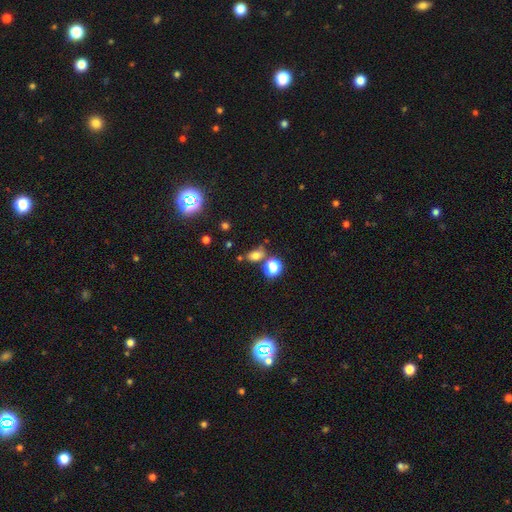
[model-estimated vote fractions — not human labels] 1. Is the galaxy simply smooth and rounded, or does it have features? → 69% smooth, 21% star or artifact, 10% featured or disk.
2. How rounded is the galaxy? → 69% in between, 29% round, 2% cigar-shaped.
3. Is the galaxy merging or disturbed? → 64% none, 17% minor disturbance, 14% merger, 6% major disturbance.